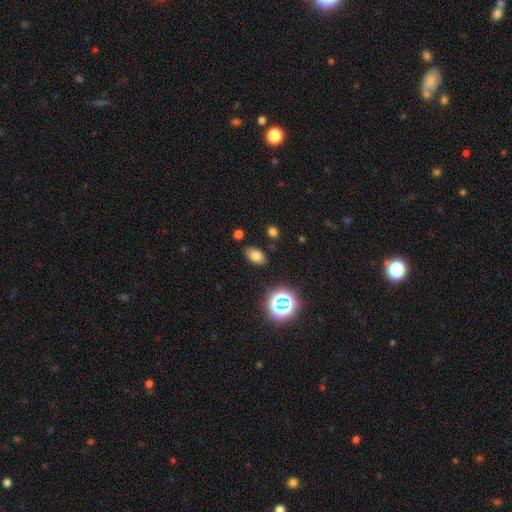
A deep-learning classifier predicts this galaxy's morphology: smooth-or-featured: smooth: 72% | star or artifact: 18% | featured or disk: 10%
  how-rounded: in between: 88% | round: 10% | cigar-shaped: 2%
  merging: none: 84% | minor disturbance: 11% | major disturbance: 3% | merger: 3%